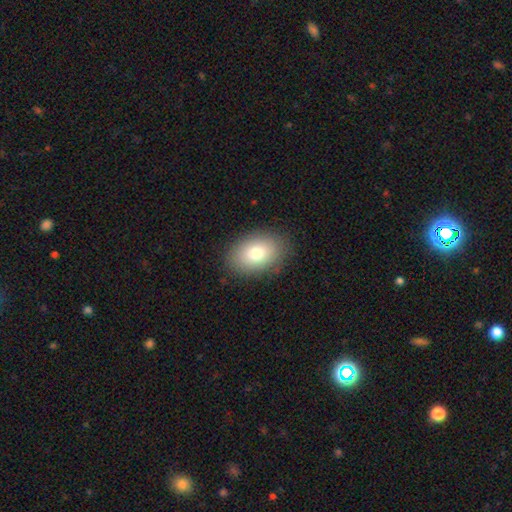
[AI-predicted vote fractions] Smooth or featured? smooth (79%)
How rounded? in between (85%)
Merging? none (89%)